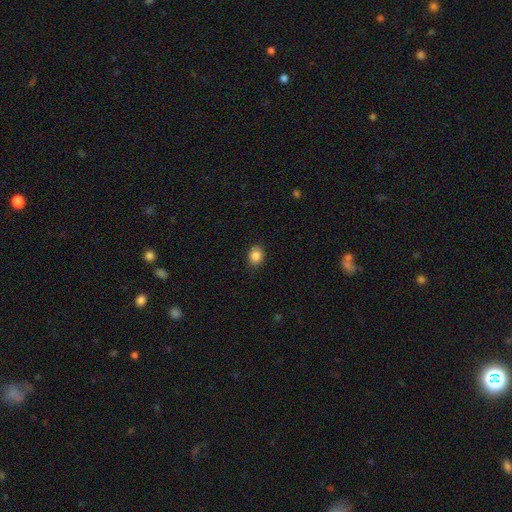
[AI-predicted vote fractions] Smooth or featured: smooth — 86% (star or artifact — 10%)
How rounded: round — 53% (in between — 46%)
Merging: none — 87% (minor disturbance — 10%)